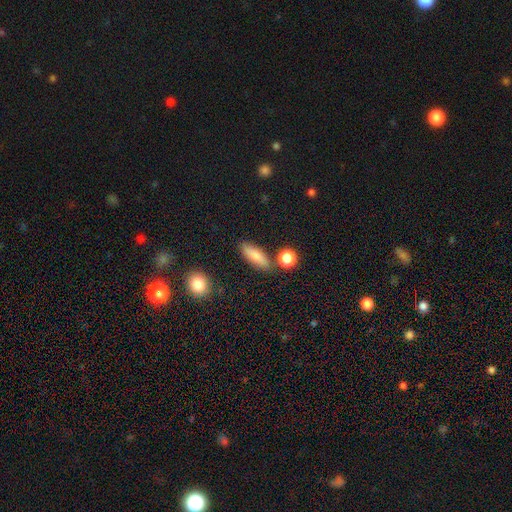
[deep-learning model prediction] smooth-or-featured: smooth: 81% | featured or disk: 11% | star or artifact: 8%
  how-rounded: in between: 54% | cigar-shaped: 41% | round: 5%
  merging: none: 78% | minor disturbance: 12% | merger: 7% | major disturbance: 3%